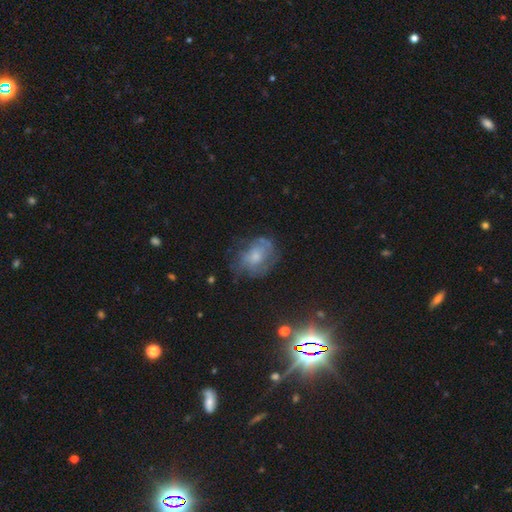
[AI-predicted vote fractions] Smooth or featured?
  - featured or disk: 53% *
  - smooth: 34%
  - star or artifact: 13%
Edge-on disk?
  - no: 96% *
  - yes: 4%
Bar?
  - no: 80% *
  - weak: 17%
  - strong: 3%
Spiral arms?
  - yes: 60% *
  - no: 40%
Bulge size?
  - moderate: 44% *
  - small: 40%
  - none: 8%
  - large: 7%
  - dominant: 2%
Merging?
  - none: 56% *
  - minor disturbance: 25%
  - major disturbance: 16%
  - merger: 2%